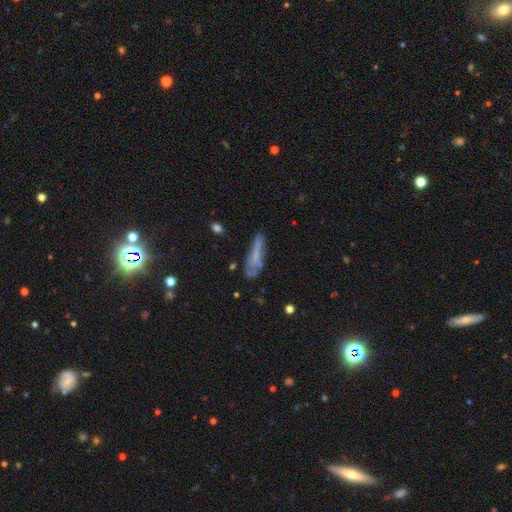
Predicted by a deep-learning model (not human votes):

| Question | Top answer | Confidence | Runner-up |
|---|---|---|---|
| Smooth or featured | smooth | 44% | featured or disk (41%) |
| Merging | none | 48% | minor disturbance (26%) |